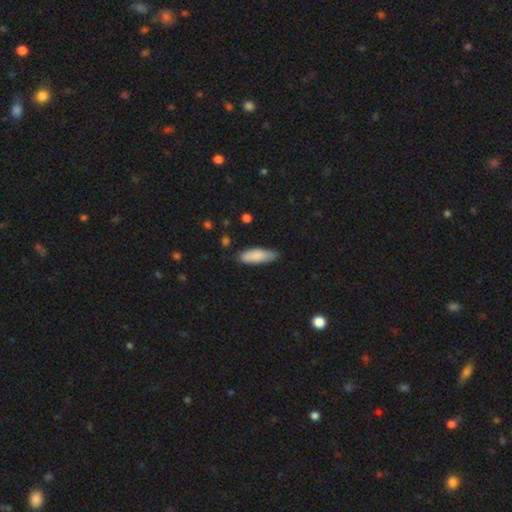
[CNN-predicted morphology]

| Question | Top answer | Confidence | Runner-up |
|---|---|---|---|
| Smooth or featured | smooth | 86% | featured or disk (9%) |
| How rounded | in between | 58% | cigar-shaped (40%) |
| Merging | none | 74% | minor disturbance (22%) |